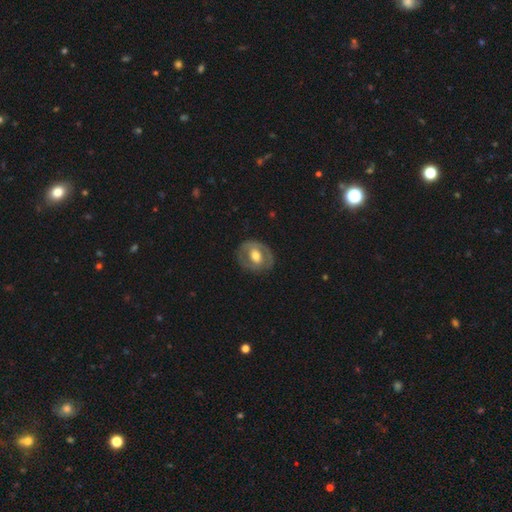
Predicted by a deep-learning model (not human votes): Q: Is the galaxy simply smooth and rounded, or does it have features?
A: featured or disk — 59%.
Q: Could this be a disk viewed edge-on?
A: no — 95%.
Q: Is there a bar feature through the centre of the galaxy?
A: no — 55%.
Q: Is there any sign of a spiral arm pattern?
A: no — 64%.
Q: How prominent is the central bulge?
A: moderate — 60%.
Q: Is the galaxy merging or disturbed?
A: none — 77%.